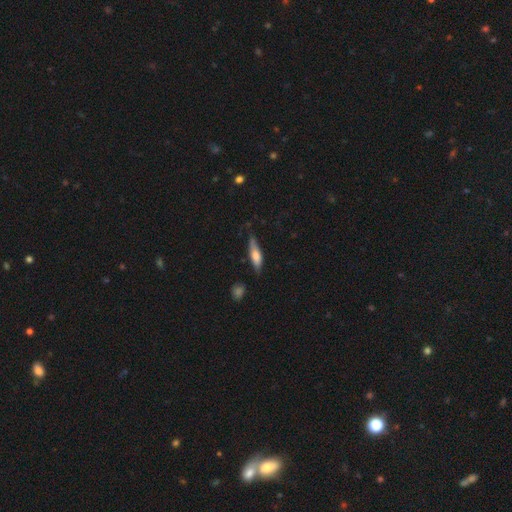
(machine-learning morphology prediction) This is likely a smooth galaxy (61%). How rounded: possibly cigar-shaped (55%). Merging: likely none (63%).